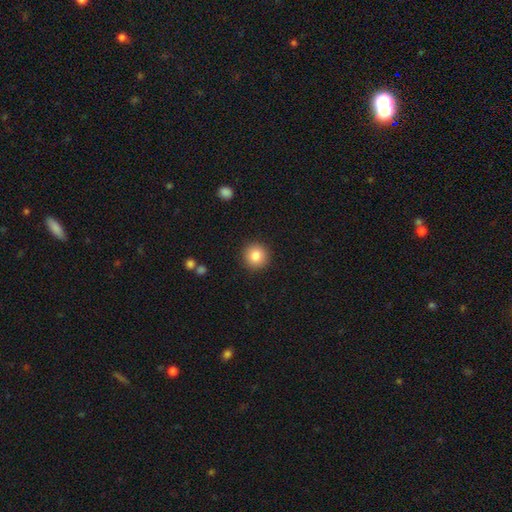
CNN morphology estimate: Smooth or featured?
  - smooth: 82% *
  - star or artifact: 10%
  - featured or disk: 8%
How rounded?
  - round: 95% *
  - in between: 4%
  - cigar-shaped: 1%
Merging?
  - none: 92% *
  - minor disturbance: 5%
  - major disturbance: 2%
  - merger: 1%